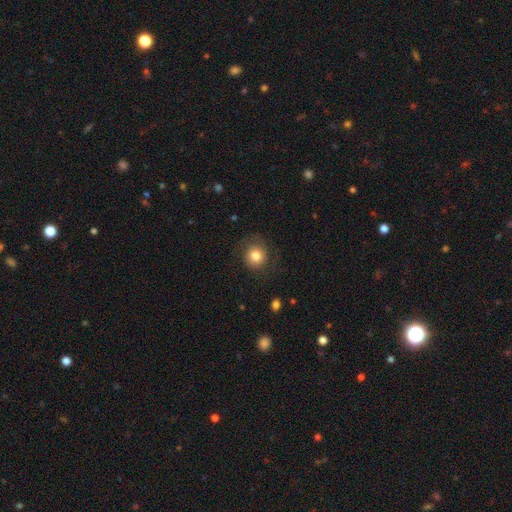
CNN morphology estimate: type=smooth (81%); roundness=round (89%); merging=none (79%).